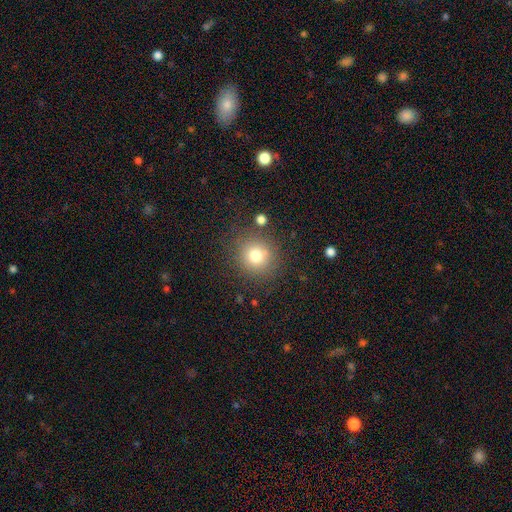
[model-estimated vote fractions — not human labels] This is likely a smooth galaxy (77%). How rounded: clearly round (89%). Merging: clearly none (80%).